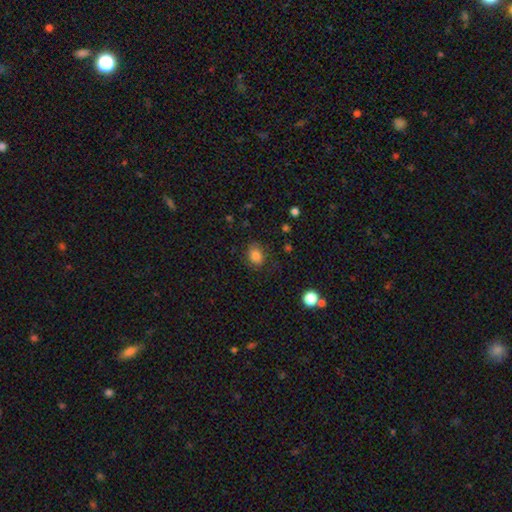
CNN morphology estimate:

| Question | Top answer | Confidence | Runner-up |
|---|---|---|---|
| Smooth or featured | smooth | 81% | star or artifact (10%) |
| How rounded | in between | 63% | round (36%) |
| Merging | none | 76% | minor disturbance (17%) |